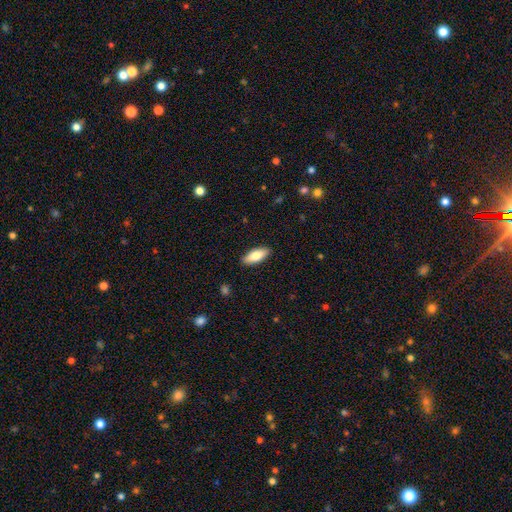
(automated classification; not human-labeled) This appears to be a smooth galaxy with no disk features (76%) that is in between round and cigar-shaped (77%). Merging: none (89%).